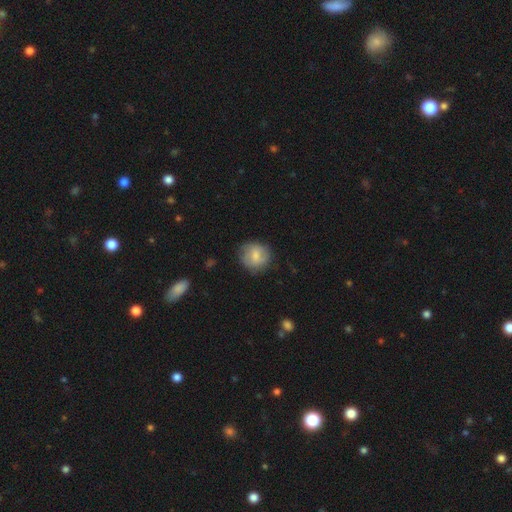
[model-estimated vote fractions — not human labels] smooth 70%, featured or disk 23%, star or artifact 7%. Down the decision tree: how rounded — round (86%); merging — none (78%).